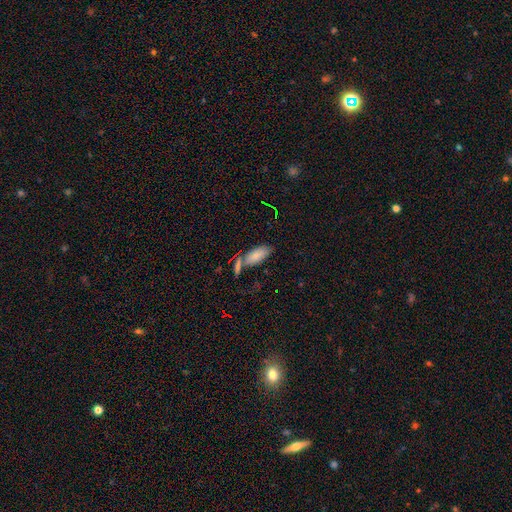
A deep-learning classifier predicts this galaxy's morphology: The model was most divided on "merging": none: 59%, merger: 19%, minor disturbance: 17%, major disturbance: 5%. More confident: how rounded — in between (83%); smooth or featured — smooth (81%).